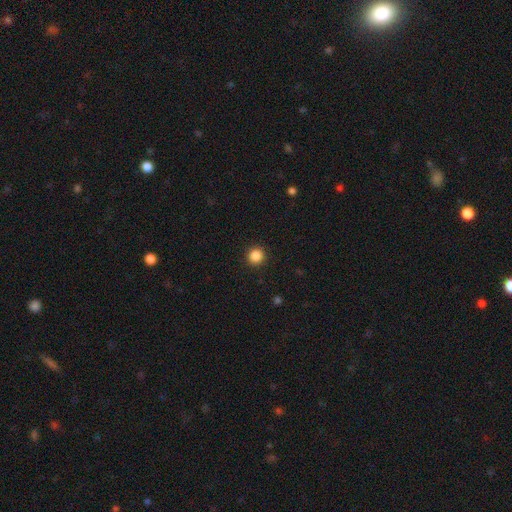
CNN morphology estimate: smooth_or_featured: smooth (p=0.86) [alt: star or artifact p=0.11]
how_rounded: round (p=0.95) [alt: in between p=0.04]
merging: none (p=0.93) [alt: minor disturbance p=0.05]